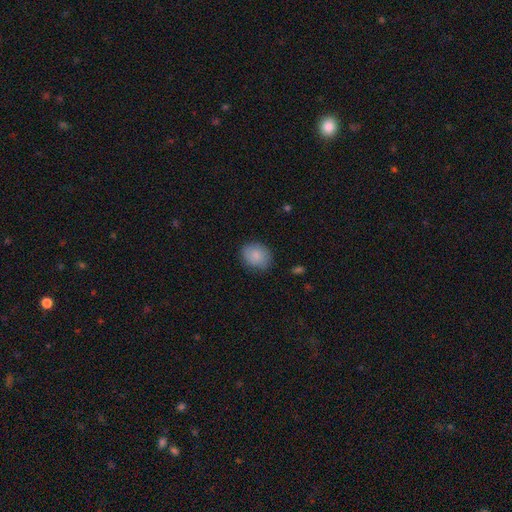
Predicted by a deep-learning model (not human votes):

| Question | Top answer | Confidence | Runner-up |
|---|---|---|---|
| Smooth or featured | smooth | 84% | featured or disk (9%) |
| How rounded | round | 53% | in between (47%) |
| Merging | none | 82% | minor disturbance (14%) |